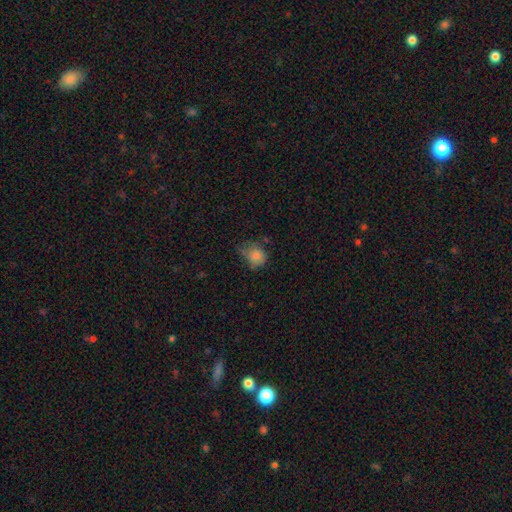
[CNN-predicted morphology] Overall: smooth (79%). How rounded: round (69%; in between 30%). Merging: none (44%; minor disturbance 36%).